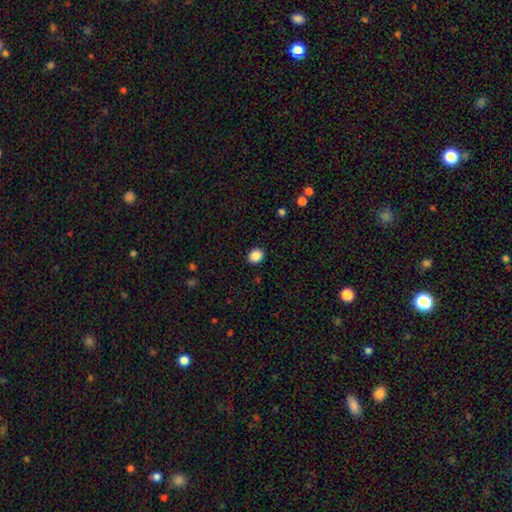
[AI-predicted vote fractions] A smooth galaxy with no disk features (88%) that is round (60%). Merging: none (90%).